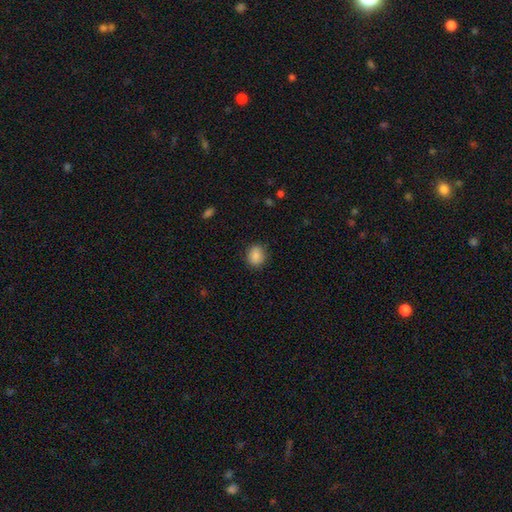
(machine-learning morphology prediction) Q: Smooth or featured?
A: smooth (88%); runner-up: star or artifact (8%)
Q: How rounded?
A: round (60%); runner-up: in between (39%)
Q: Merging?
A: none (87%); runner-up: minor disturbance (9%)